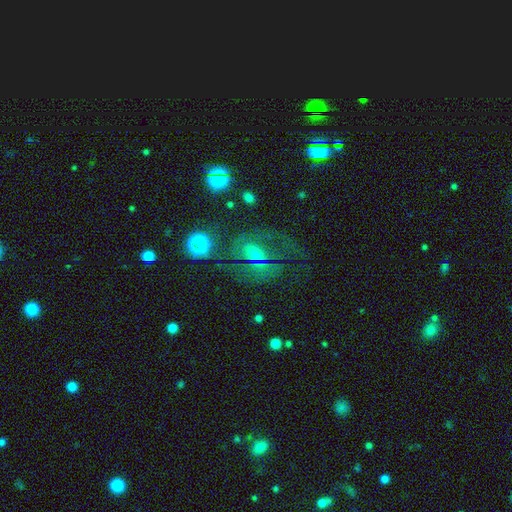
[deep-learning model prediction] smooth_or_featured: featured or disk (p=0.45) [alt: smooth p=0.29]
merging: none (p=0.54) [alt: major disturbance p=0.22]